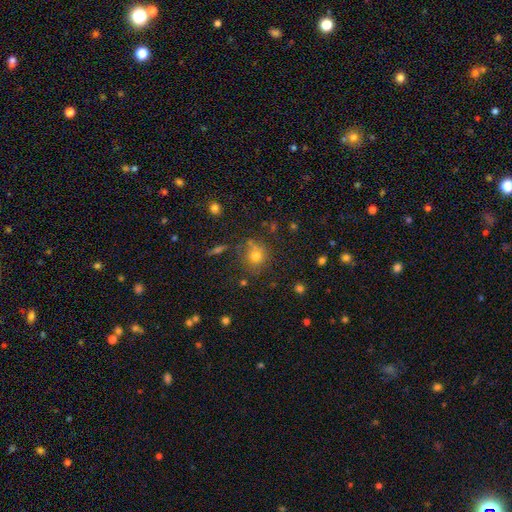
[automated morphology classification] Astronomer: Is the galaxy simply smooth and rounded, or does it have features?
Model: smooth — 71%.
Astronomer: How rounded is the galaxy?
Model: round — 86%.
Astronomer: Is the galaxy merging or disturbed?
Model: none — 71%.